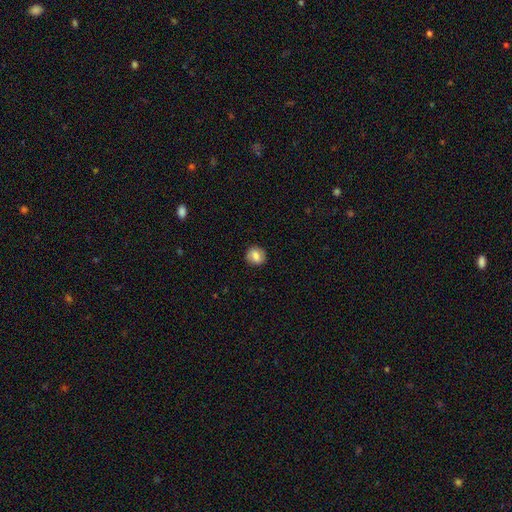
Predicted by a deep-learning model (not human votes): Smooth or featured: smooth — 67% (featured or disk — 25%)
How rounded: round — 80% (in between — 19%)
Merging: none — 85% (minor disturbance — 10%)